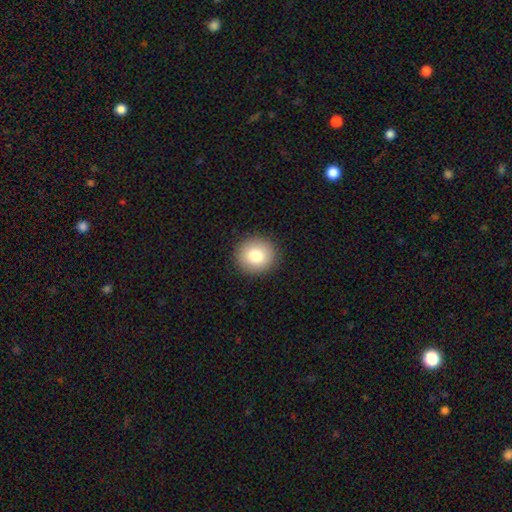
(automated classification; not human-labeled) Morphology: type=smooth (80%); roundness=round (92%); merging=none (92%).